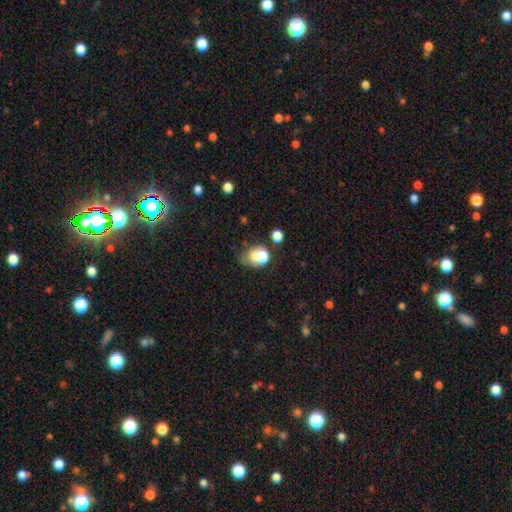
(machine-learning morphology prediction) smooth_or_featured: smooth (p=0.67) [alt: featured or disk p=0.20]
how_rounded: in between (p=0.51) [alt: round p=0.48]
merging: merger (p=0.39) [alt: none p=0.26]